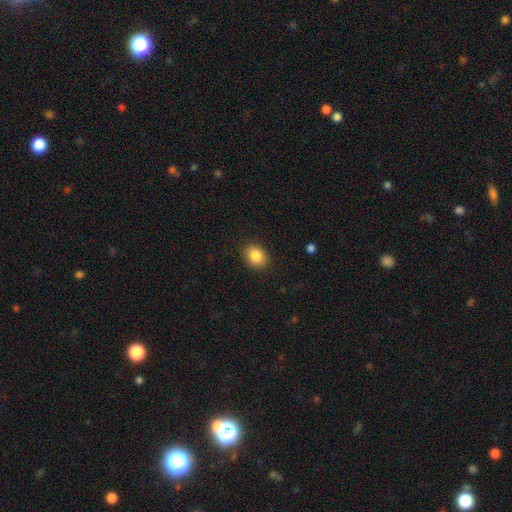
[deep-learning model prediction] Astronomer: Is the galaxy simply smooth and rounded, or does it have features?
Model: smooth — 86%.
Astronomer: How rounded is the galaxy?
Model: in between — 55% (runner-up: round, 44%).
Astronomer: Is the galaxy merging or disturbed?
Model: none — 88%.